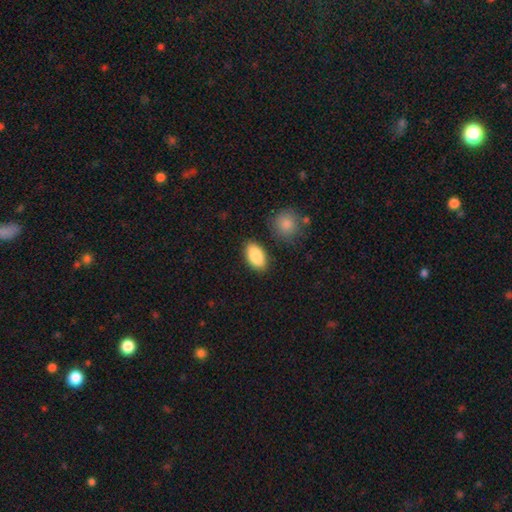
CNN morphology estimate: A smooth galaxy with no disk features (88%) that is in between round and cigar-shaped (93%). Merging: none (85%).